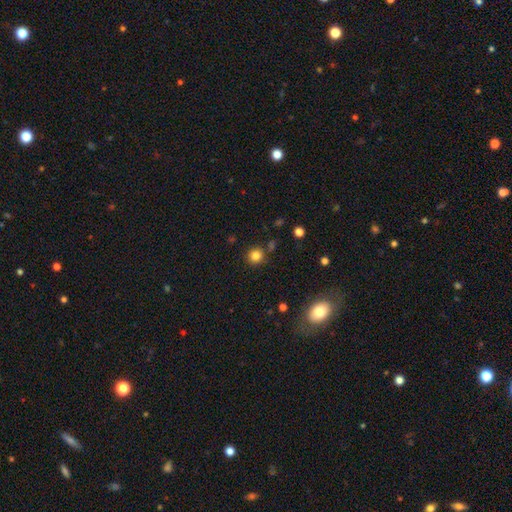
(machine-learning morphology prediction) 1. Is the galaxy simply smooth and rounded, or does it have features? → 83% smooth, 13% star or artifact, 5% featured or disk.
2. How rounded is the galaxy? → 93% round, 6% in between, 1% cigar-shaped.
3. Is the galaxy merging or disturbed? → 85% none, 8% minor disturbance, 5% merger, 3% major disturbance.